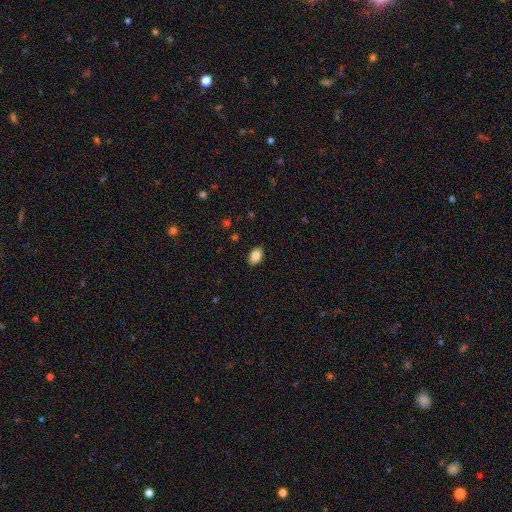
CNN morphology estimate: type=smooth (86%); roundness=in between (89%); merging=none (88%).